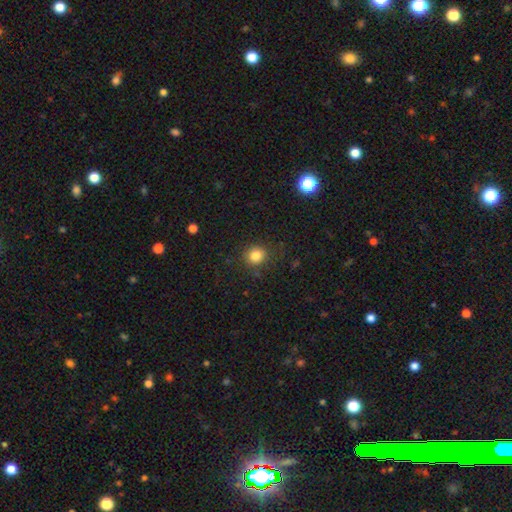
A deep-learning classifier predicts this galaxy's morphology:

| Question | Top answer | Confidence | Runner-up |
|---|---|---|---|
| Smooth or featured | smooth | 83% | star or artifact (12%) |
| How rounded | round | 83% | in between (16%) |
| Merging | none | 85% | minor disturbance (10%) |